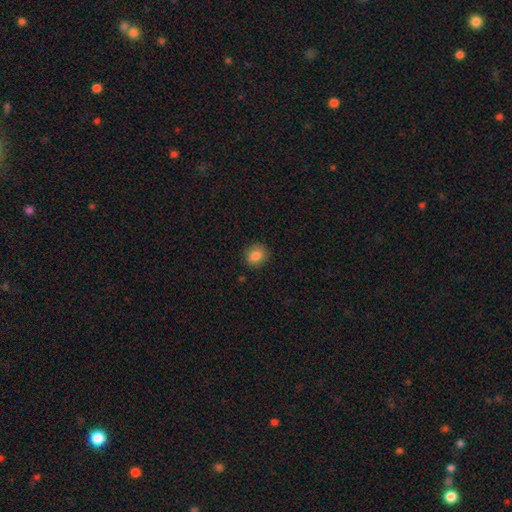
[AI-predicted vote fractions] A smooth galaxy with no disk features (84%) that is round (71%).

Vote fractions:
- Smooth or featured? smooth: 84% / star or artifact: 10% / featured or disk: 6%
- How rounded? round: 71% / in between: 28% / cigar-shaped: 1%
- Merging? none: 87% / minor disturbance: 9% / major disturbance: 2% / merger: 1%